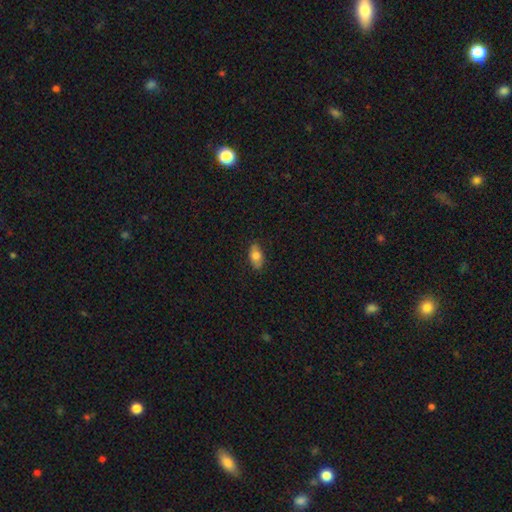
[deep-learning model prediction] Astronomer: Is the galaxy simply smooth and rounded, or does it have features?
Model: smooth — 77%.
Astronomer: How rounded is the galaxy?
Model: in between — 89%.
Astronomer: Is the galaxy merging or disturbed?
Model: none — 85%.